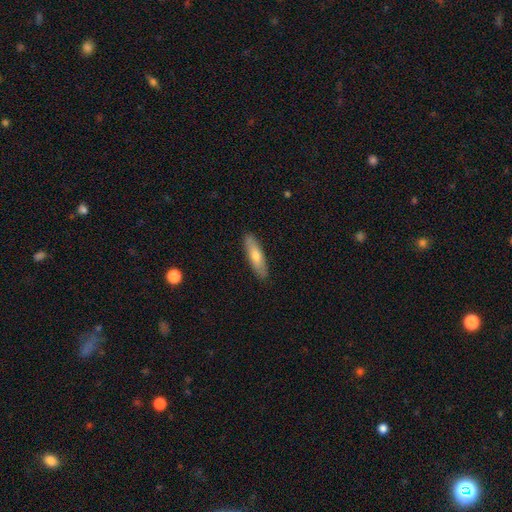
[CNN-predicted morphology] This appears to be a smooth galaxy with no disk features (65%) that is cigar-shaped (64%). Merging: none (88%).